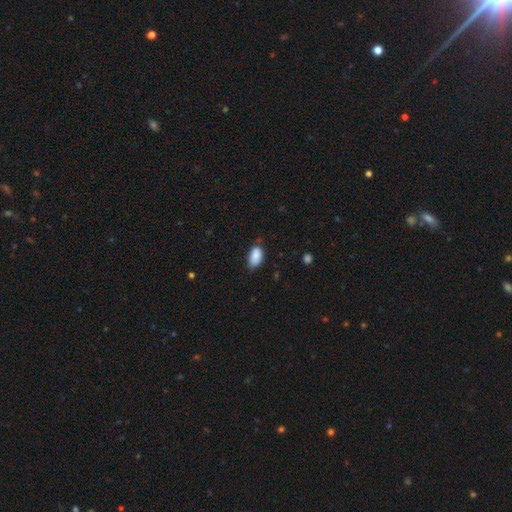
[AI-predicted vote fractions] Q: Smooth or featured?
A: smooth (87%); runner-up: star or artifact (7%)
Q: How rounded?
A: in between (93%); runner-up: round (6%)
Q: Merging?
A: none (63%); runner-up: minor disturbance (31%)